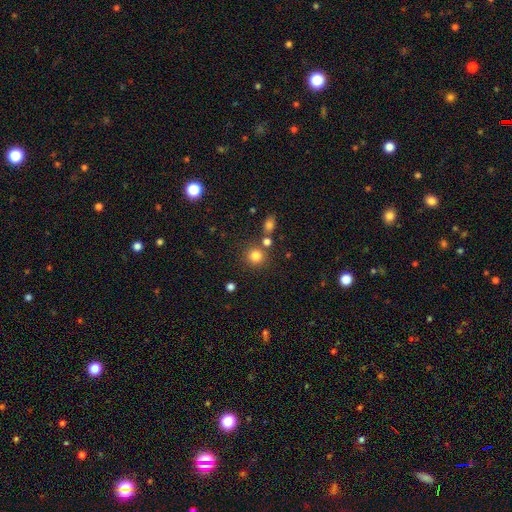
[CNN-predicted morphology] Q: Smooth or featured?
A: smooth (82%); runner-up: star or artifact (12%)
Q: How rounded?
A: round (90%); runner-up: in between (9%)
Q: Merging?
A: none (76%); runner-up: merger (12%)